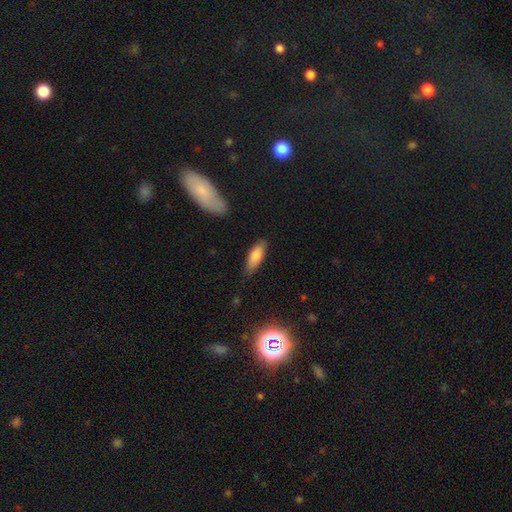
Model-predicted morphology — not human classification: Smooth or featured: smooth — 80% (featured or disk — 14%)
How rounded: in between — 64% (cigar-shaped — 35%)
Merging: none — 78% (minor disturbance — 17%)